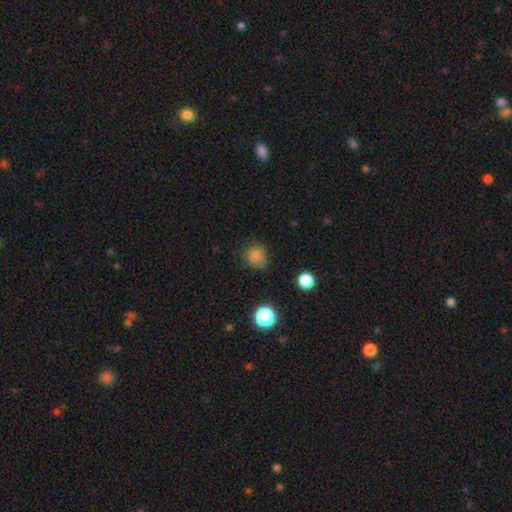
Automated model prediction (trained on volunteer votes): smooth-or-featured: smooth: 81% | star or artifact: 14% | featured or disk: 5%
  how-rounded: round: 83% | in between: 17% | cigar-shaped: 1%
  merging: none: 71% | minor disturbance: 21% | major disturbance: 6% | merger: 2%